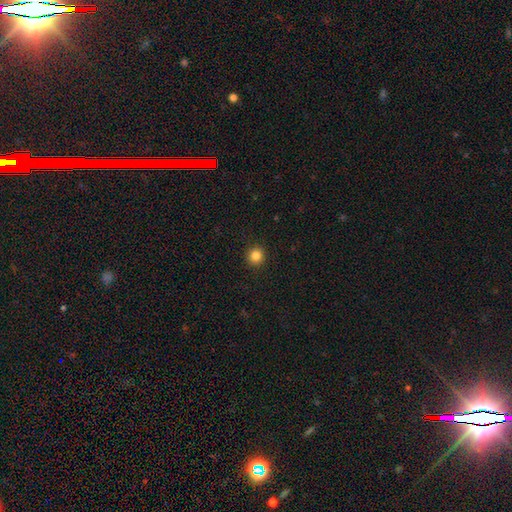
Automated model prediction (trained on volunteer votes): smooth_or_featured: smooth (p=0.84) [alt: star or artifact p=0.12]
how_rounded: round (p=0.94) [alt: in between p=0.05]
merging: none (p=0.93) [alt: minor disturbance p=0.05]